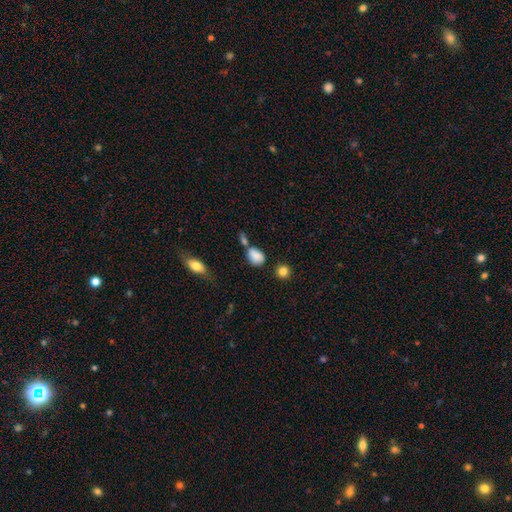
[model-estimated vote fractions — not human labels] A smooth galaxy with no disk features (83%) that is in between round and cigar-shaped (70%).

Vote fractions:
- Smooth or featured? smooth: 83% / star or artifact: 10% / featured or disk: 7%
- How rounded? in between: 70% / round: 27% / cigar-shaped: 2%
- Merging? none: 48% / minor disturbance: 23% / merger: 20% / major disturbance: 8%